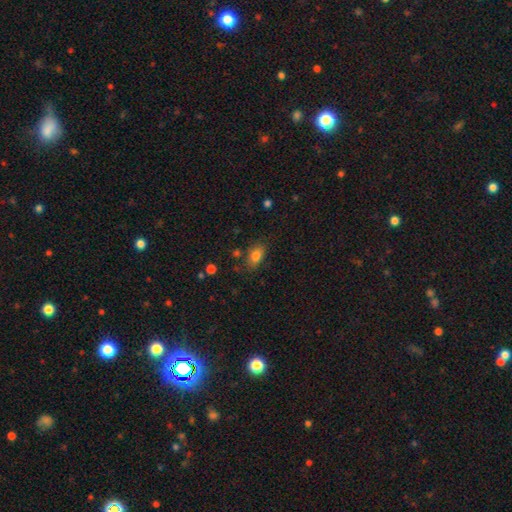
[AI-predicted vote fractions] Smooth or featured? smooth (82%)
How rounded? in between (85%)
Merging? none (76%)